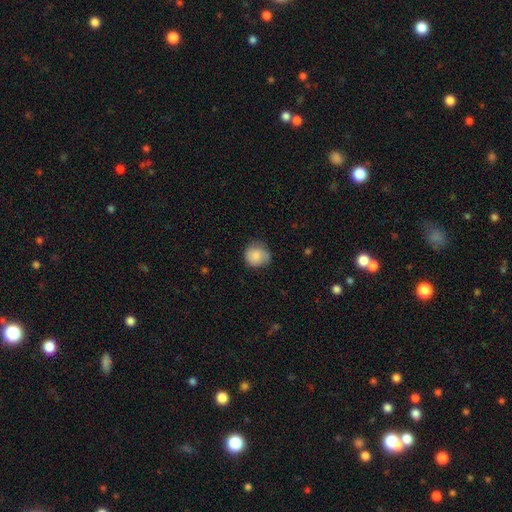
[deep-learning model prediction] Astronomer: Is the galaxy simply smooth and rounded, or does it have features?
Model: smooth — 79%.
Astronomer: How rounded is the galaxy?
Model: round — 86%.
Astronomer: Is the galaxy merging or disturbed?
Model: none — 68%.